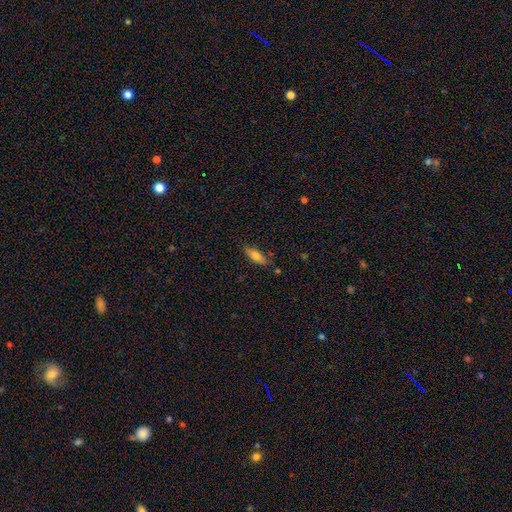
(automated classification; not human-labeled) The model was most divided on "how rounded": in between: 58%, cigar-shaped: 40%, round: 2%. More confident: merging — none (77%); smooth or featured — smooth (72%).